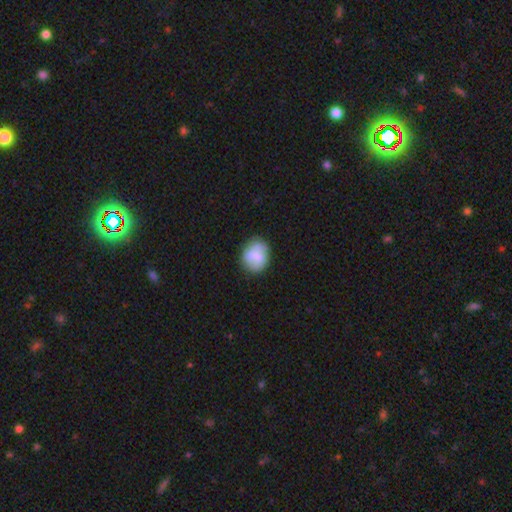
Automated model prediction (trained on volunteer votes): Smooth or featured? Predicted: smooth (p=0.73). How rounded? Predicted: round (p=0.57). Merging? Predicted: none (p=0.68).